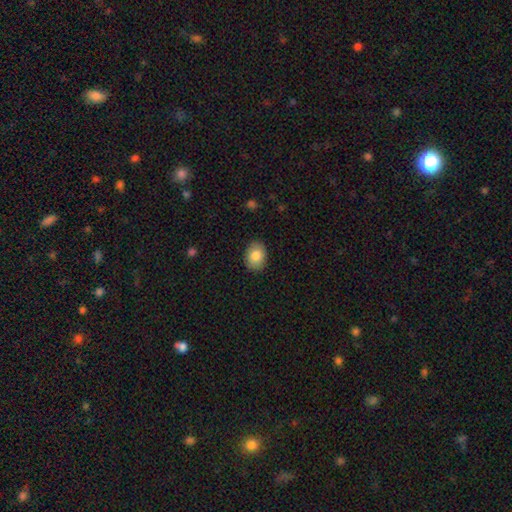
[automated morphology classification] Smooth or featured? smooth (84%)
How rounded? in between (71%)
Merging? none (88%)